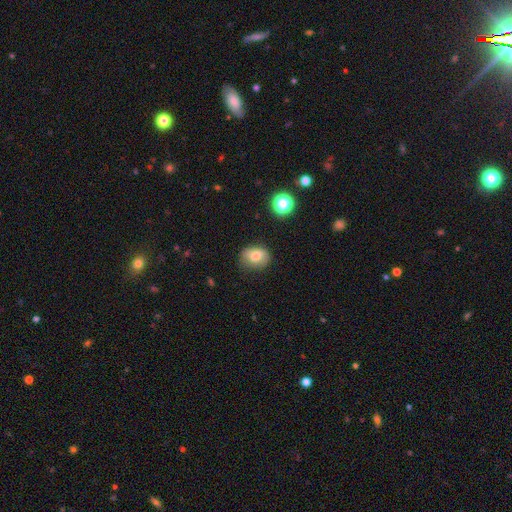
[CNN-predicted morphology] smooth 74%, featured or disk 16%, star or artifact 10%. Down the decision tree: how rounded — in between (61%); merging — none (63%).